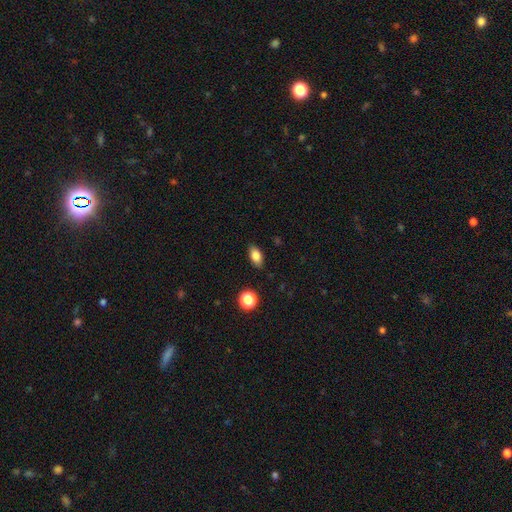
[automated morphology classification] The model was most divided on "smooth or featured": smooth: 83%, star or artifact: 10%, featured or disk: 8%. More confident: merging — none (87%); how rounded — in between (87%).